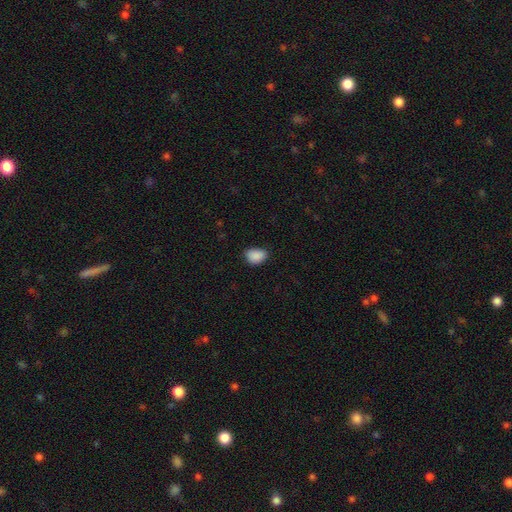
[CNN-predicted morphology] Overall: smooth (89%). How rounded: in between (75%). Merging: none (75%).